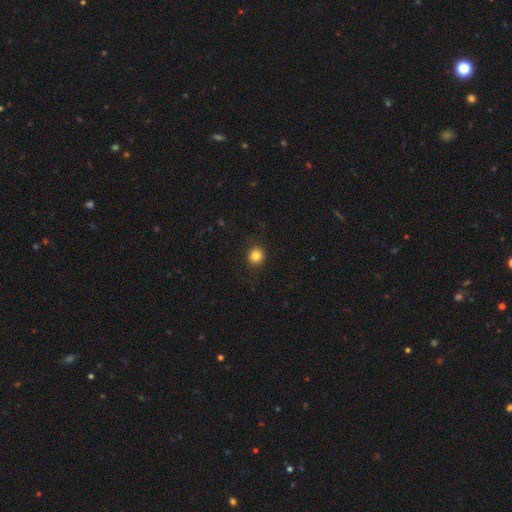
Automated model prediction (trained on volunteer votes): The model was most divided on "smooth or featured": smooth: 84%, star or artifact: 11%, featured or disk: 5%. More confident: merging — none (92%); how rounded — round (89%).